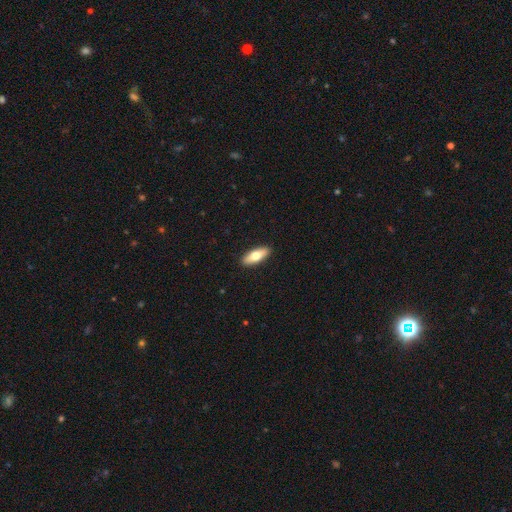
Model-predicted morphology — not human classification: A smooth galaxy with no disk features (70%) that is in between round and cigar-shaped (69%).

Vote fractions:
- Smooth or featured? smooth: 70% / featured or disk: 25% / star or artifact: 5%
- How rounded? in between: 69% / cigar-shaped: 29% / round: 2%
- Merging? none: 91% / minor disturbance: 6% / major disturbance: 1% / merger: 1%